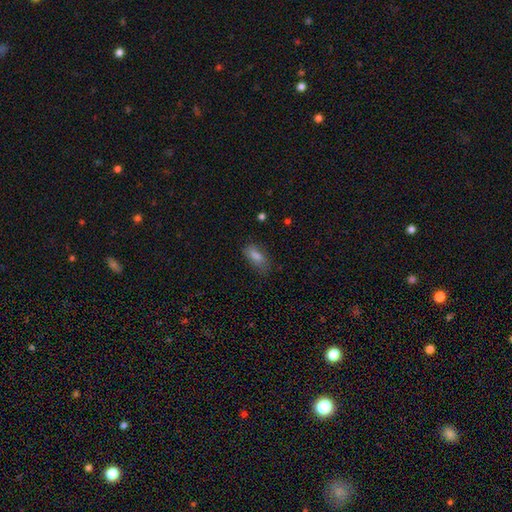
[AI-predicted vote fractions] This is likely a smooth galaxy (77%). How rounded: clearly in between (82%). Merging: likely none (66%).